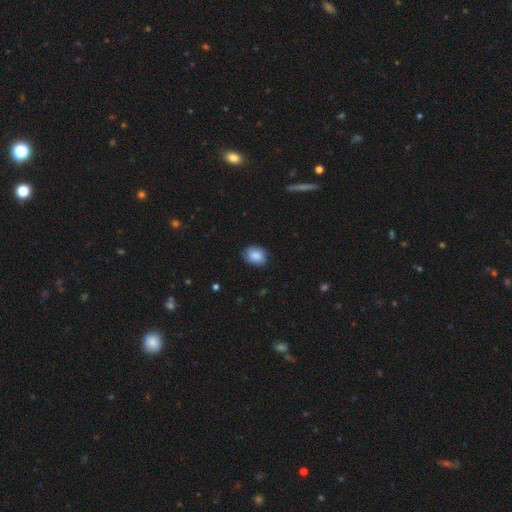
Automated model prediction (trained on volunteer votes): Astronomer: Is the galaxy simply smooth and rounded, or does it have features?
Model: smooth — 83%.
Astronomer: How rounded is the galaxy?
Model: in between — 63%.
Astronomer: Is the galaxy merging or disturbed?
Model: none — 76%.